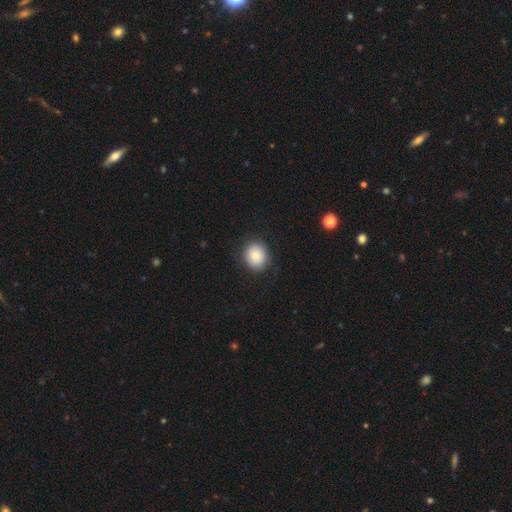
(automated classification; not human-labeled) This is clearly a smooth galaxy (81%). How rounded: likely round (69%). Merging: clearly none (86%).